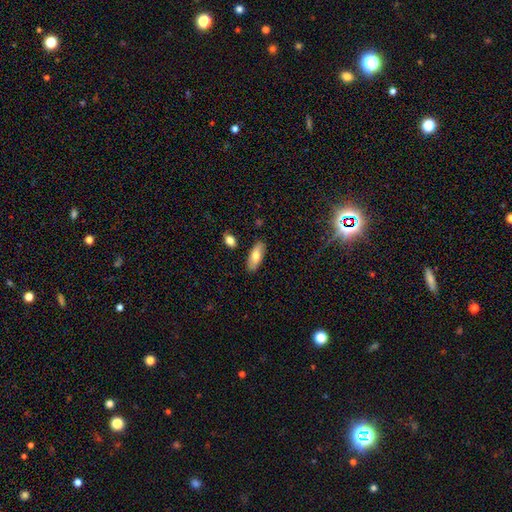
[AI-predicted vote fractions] Q: Smooth or featured?
A: smooth (73%); runner-up: featured or disk (21%)
Q: How rounded?
A: in between (80%); runner-up: cigar-shaped (17%)
Q: Merging?
A: none (85%); runner-up: minor disturbance (10%)